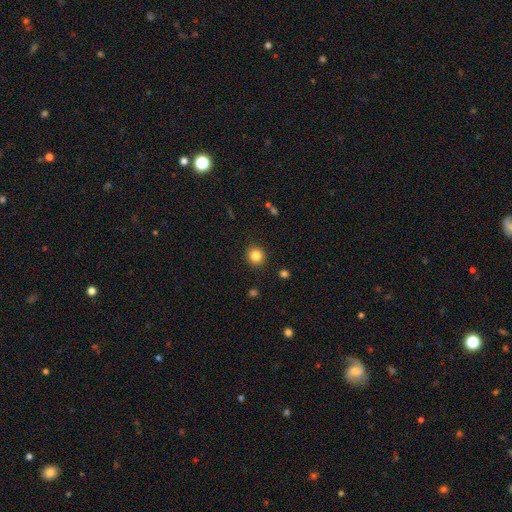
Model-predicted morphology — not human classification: type=smooth (84%); roundness=round (89%); merging=none (91%).